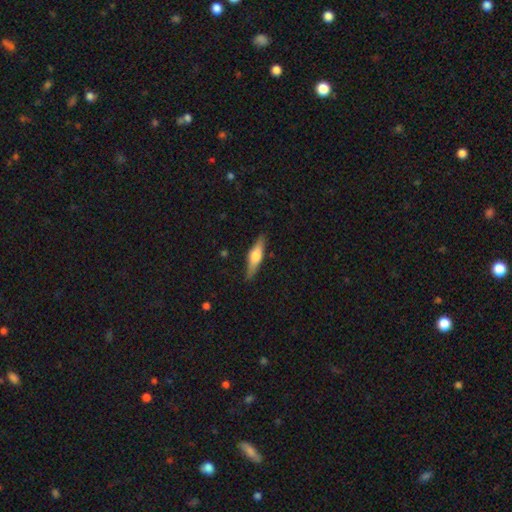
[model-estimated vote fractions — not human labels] Smooth or featured? featured or disk (53%)
Edge-on disk? yes (95%)
Edge-on bulge? rounded (90%)
Merging? none (87%)